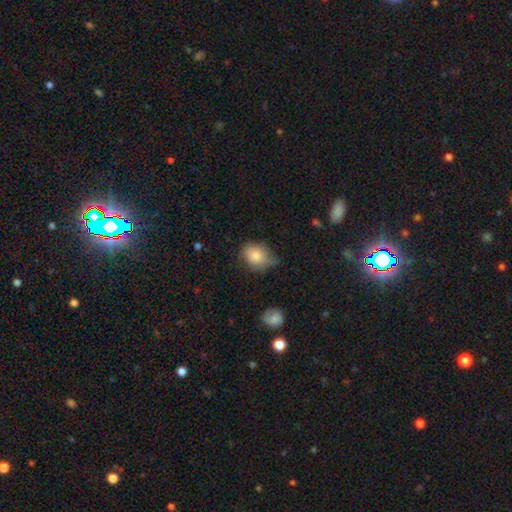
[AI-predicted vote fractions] smooth_or_featured: smooth (p=0.81) [alt: featured or disk p=0.11]
how_rounded: round (p=0.51) [alt: in between p=0.48]
merging: none (p=0.45) [alt: minor disturbance p=0.42]